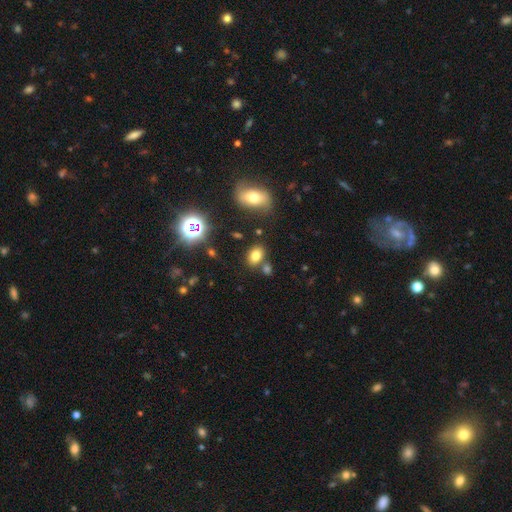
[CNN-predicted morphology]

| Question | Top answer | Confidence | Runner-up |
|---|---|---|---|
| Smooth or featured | smooth | 75% | star or artifact (16%) |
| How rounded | in between | 74% | round (25%) |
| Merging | none | 74% | merger (12%) |